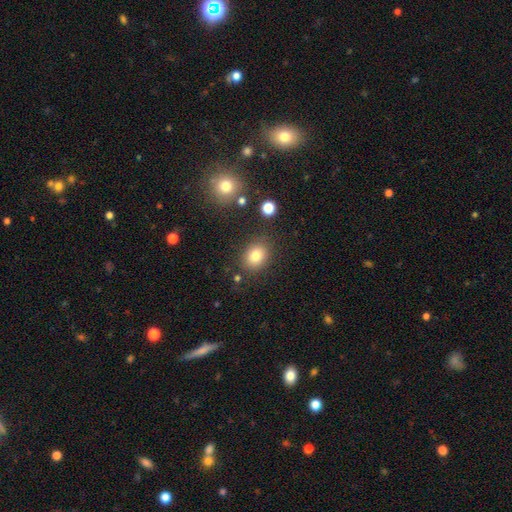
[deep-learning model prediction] smooth_or_featured: smooth (p=0.81) [alt: star or artifact p=0.11]
how_rounded: in between (p=0.51) [alt: round p=0.48]
merging: none (p=0.80) [alt: minor disturbance p=0.12]